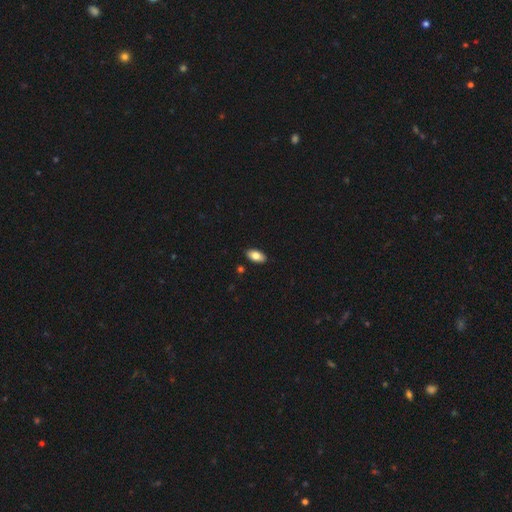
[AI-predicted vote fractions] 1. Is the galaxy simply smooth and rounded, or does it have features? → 83% smooth, 10% featured or disk, 7% star or artifact.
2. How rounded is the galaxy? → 94% in between, 3% round, 3% cigar-shaped.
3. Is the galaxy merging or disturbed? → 89% none, 8% minor disturbance, 2% major disturbance, 1% merger.